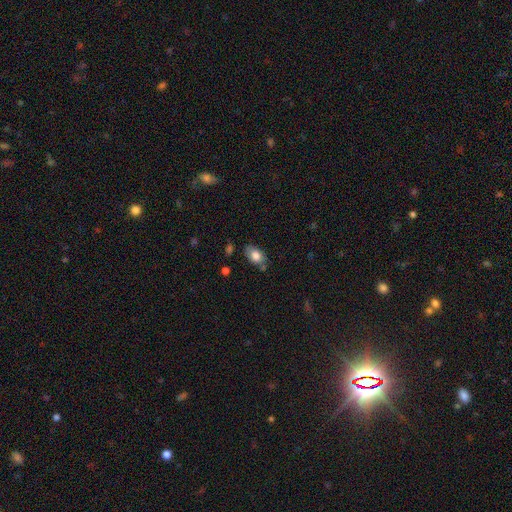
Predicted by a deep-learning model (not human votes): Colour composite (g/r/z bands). It shows a smooth galaxy with no disk features (78%) that is in between round and cigar-shaped (87%). Merging: none (69%).